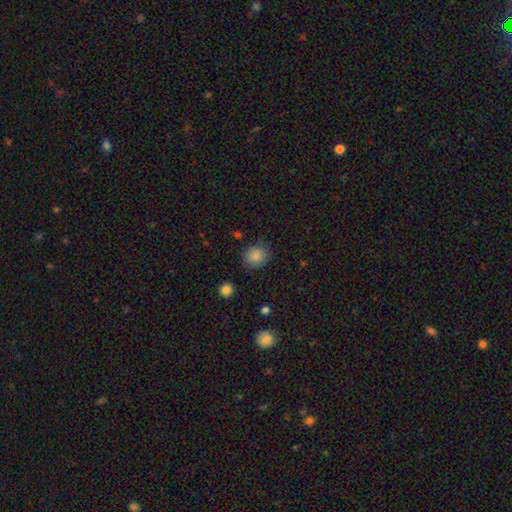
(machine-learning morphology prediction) Q: Smooth or featured?
A: smooth (85%); runner-up: star or artifact (10%)
Q: How rounded?
A: round (81%); runner-up: in between (18%)
Q: Merging?
A: none (82%); runner-up: minor disturbance (13%)